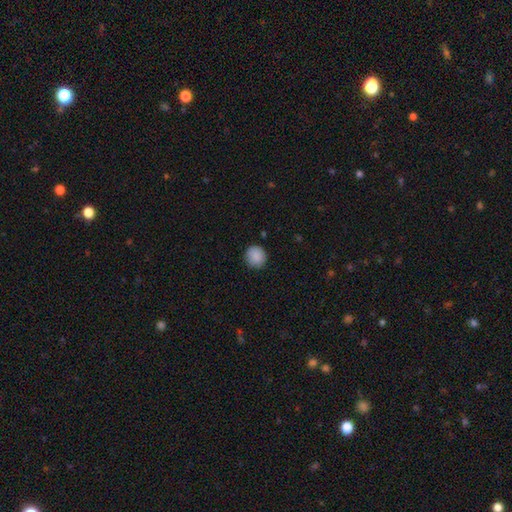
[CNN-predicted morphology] Smooth or featured? smooth (89%)
How rounded? round (91%)
Merging? none (88%)